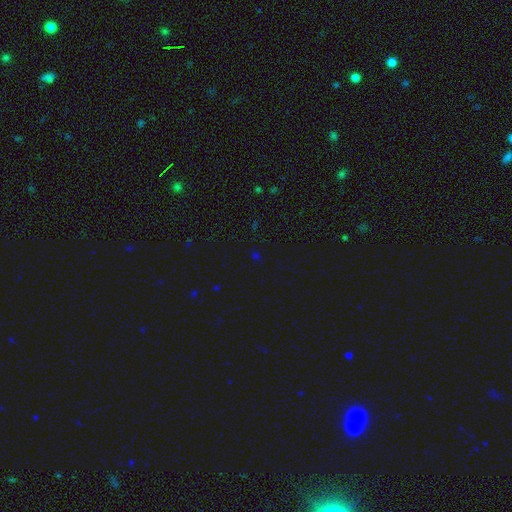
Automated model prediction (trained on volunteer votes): Q: Smooth or featured?
A: star or artifact (66%); runner-up: smooth (27%)